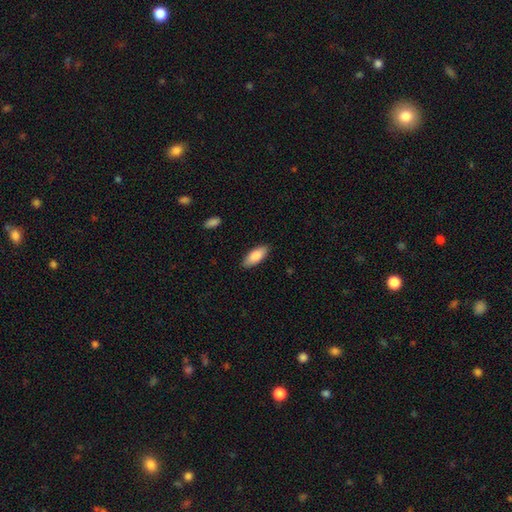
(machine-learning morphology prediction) Overall: smooth (87%). How rounded: in between (81%). Merging: none (87%).